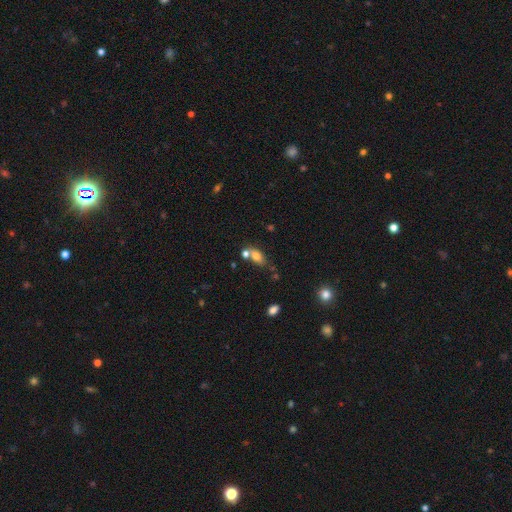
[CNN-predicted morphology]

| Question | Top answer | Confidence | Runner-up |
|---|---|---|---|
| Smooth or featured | smooth | 74% | featured or disk (14%) |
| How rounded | in between | 80% | round (15%) |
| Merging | none | 46% | merger (36%) |